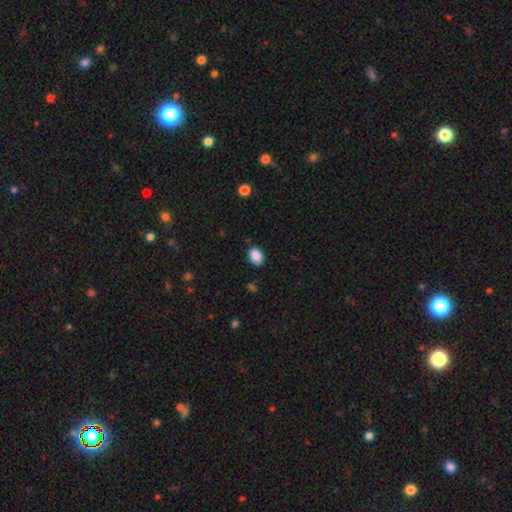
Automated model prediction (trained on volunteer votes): Q: Smooth or featured?
A: smooth (89%); runner-up: star or artifact (8%)
Q: How rounded?
A: in between (78%); runner-up: round (21%)
Q: Merging?
A: none (87%); runner-up: minor disturbance (9%)